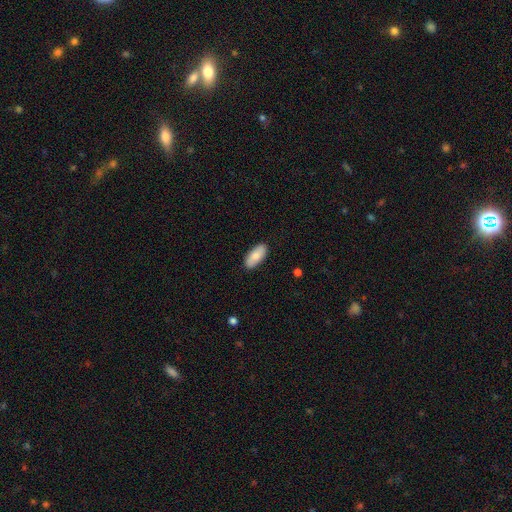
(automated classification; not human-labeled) Overall: smooth (81%). How rounded: in between (88%). Merging: none (88%).